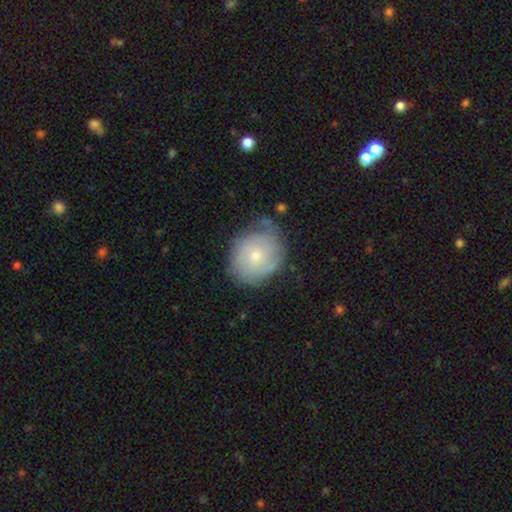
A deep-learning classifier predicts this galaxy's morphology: This is possibly a featured or disk galaxy (47%). Merging: possibly none (58%).